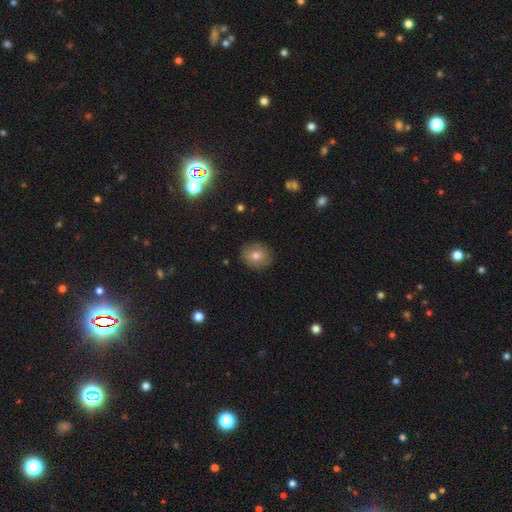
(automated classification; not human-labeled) This is likely a smooth galaxy (71%). How rounded: likely round (74%). Merging: clearly none (85%).